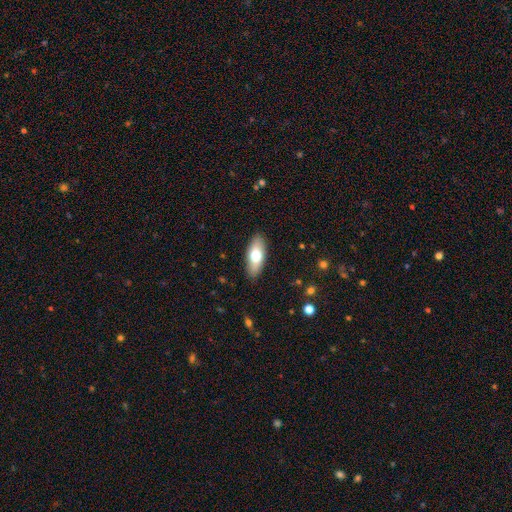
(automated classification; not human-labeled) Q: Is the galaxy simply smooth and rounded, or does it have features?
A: smooth — 69%.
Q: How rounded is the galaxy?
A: in between — 80%.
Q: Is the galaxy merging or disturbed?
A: none — 88%.